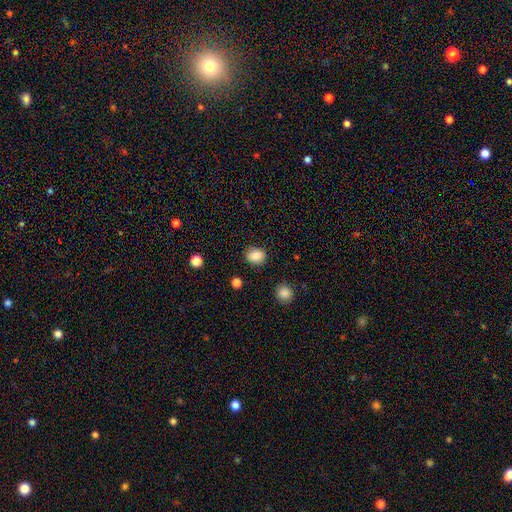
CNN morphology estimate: Smooth or featured? smooth (86%)
How rounded? in between (55%)
Merging? none (85%)